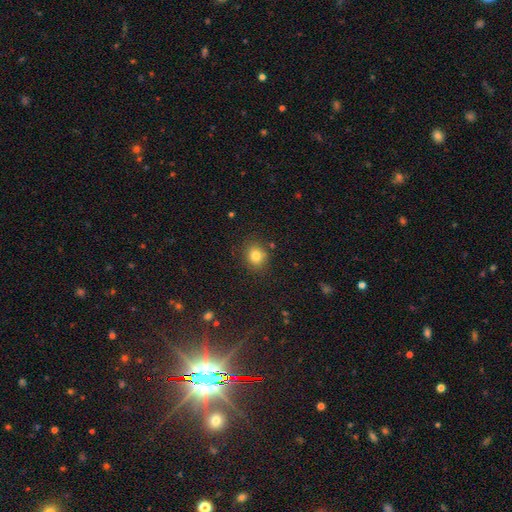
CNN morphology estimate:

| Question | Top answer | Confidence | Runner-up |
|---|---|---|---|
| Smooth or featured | smooth | 81% | star or artifact (12%) |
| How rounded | round | 75% | in between (24%) |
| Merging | none | 83% | minor disturbance (11%) |